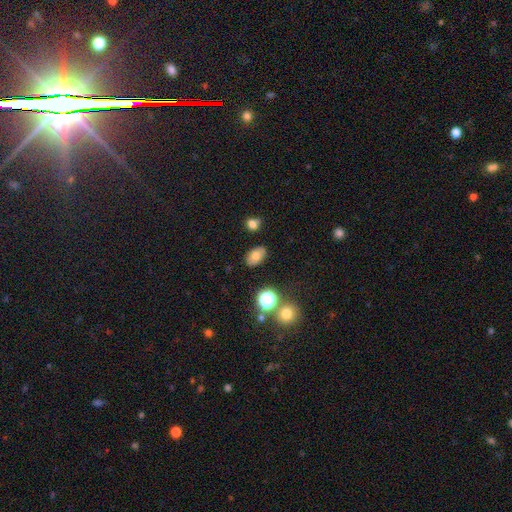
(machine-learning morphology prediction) type=smooth (71%); roundness=in between (86%); merging=none (82%).